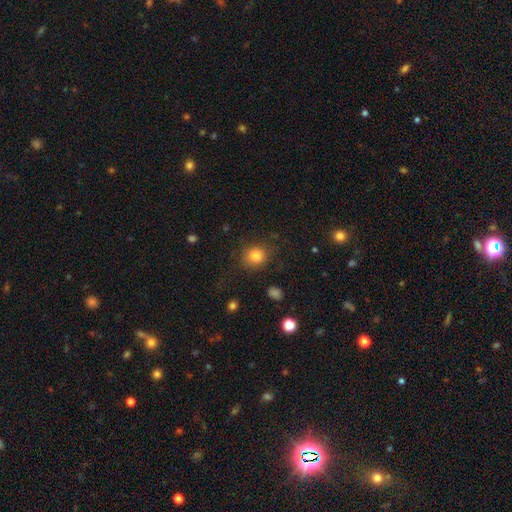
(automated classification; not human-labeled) Overall: smooth (83%). How rounded: round (83%). Merging: none (81%).